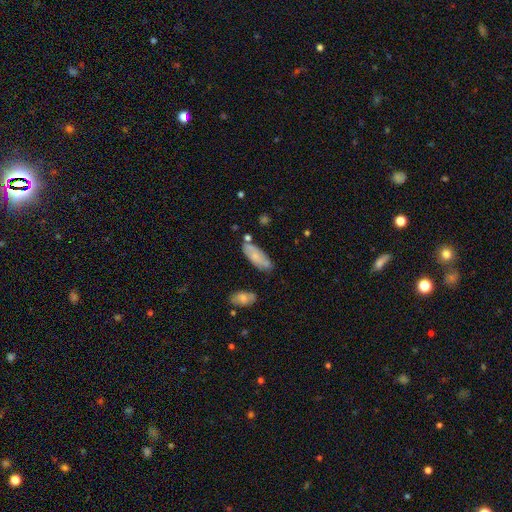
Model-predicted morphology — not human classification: Q: Smooth or featured?
A: smooth (63%); runner-up: featured or disk (30%)
Q: How rounded?
A: in between (74%); runner-up: cigar-shaped (24%)
Q: Merging?
A: none (65%); runner-up: minor disturbance (22%)